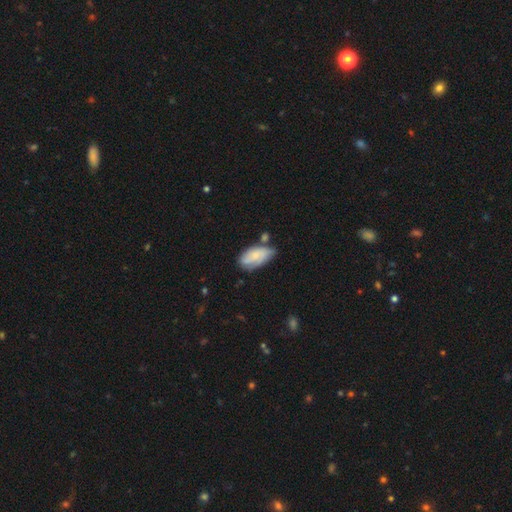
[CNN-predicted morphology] Smooth or featured? Predicted: smooth (p=0.63). How rounded? Predicted: in between (p=0.92). Merging? Predicted: none (p=0.44).